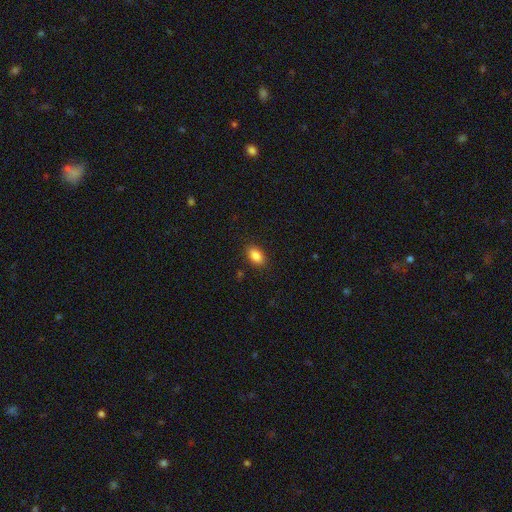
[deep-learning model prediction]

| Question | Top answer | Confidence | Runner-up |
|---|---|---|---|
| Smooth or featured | smooth | 87% | star or artifact (8%) |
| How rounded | in between | 88% | round (10%) |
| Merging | none | 88% | minor disturbance (9%) |